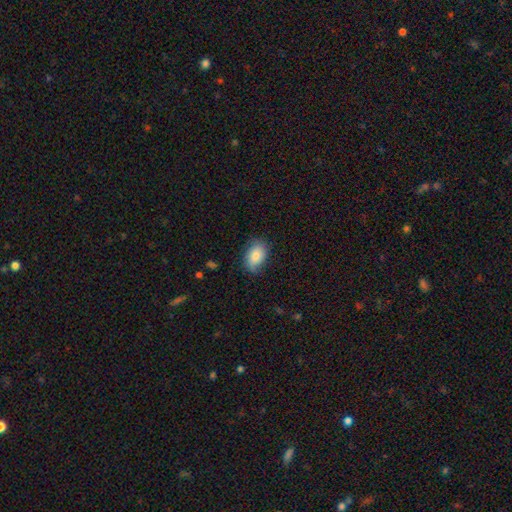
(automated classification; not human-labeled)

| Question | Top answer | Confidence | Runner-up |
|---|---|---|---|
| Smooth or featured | smooth | 81% | featured or disk (12%) |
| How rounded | in between | 88% | round (10%) |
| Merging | none | 73% | minor disturbance (21%) |